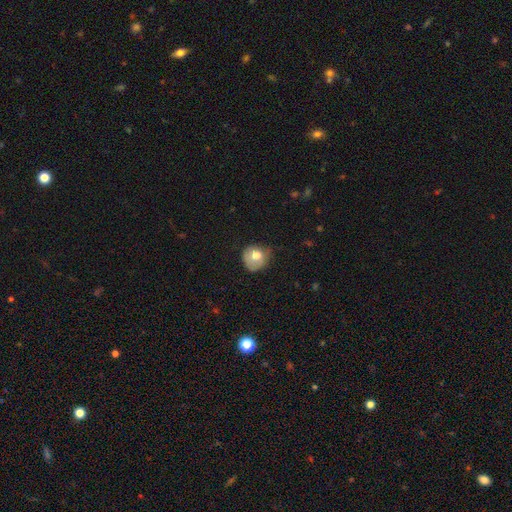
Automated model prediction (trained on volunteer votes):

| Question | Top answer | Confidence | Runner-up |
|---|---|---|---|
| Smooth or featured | smooth | 74% | featured or disk (18%) |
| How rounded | round | 78% | in between (21%) |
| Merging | none | 45% | minor disturbance (37%) |